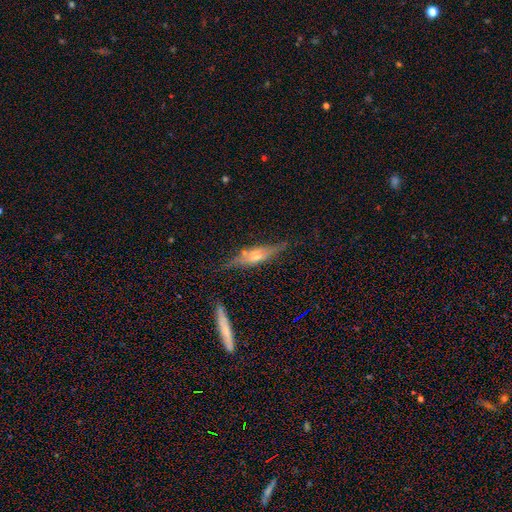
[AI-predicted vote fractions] Smooth or featured: featured or disk — 57% (smooth — 32%)
Edge-on disk: yes — 88% (no — 12%)
Edge-on bulge: rounded — 69% (boxy — 20%)
Merging: none — 72% (minor disturbance — 19%)